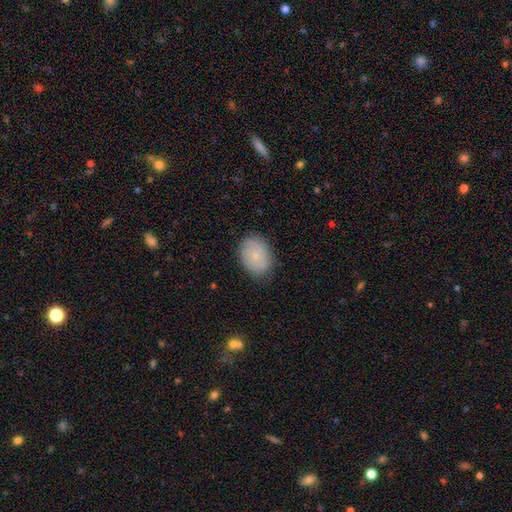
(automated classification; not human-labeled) smooth 69%, featured or disk 23%, star or artifact 8%. Down the decision tree: how rounded — in between (73%); merging — none (79%).